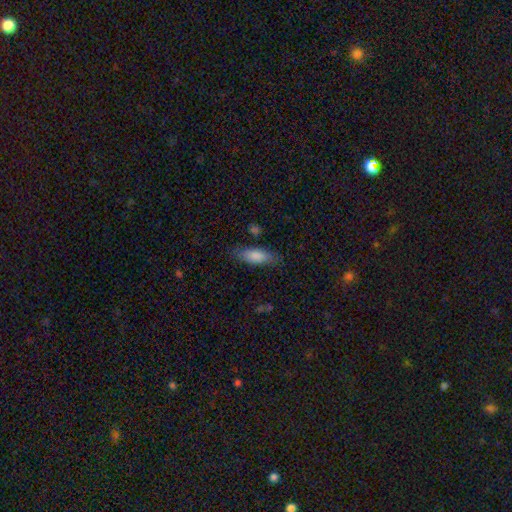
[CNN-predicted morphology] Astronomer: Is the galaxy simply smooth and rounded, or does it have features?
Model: smooth — 81%.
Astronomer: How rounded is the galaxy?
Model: in between — 61% (runner-up: cigar-shaped, 37%).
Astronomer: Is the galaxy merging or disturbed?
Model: none — 80%.